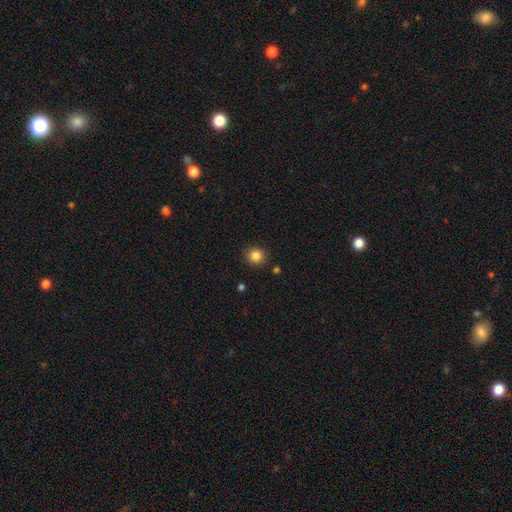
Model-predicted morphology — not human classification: smooth_or_featured: smooth (p=0.85) [alt: star or artifact p=0.11]
how_rounded: round (p=0.92) [alt: in between p=0.07]
merging: none (p=0.90) [alt: minor disturbance p=0.06]